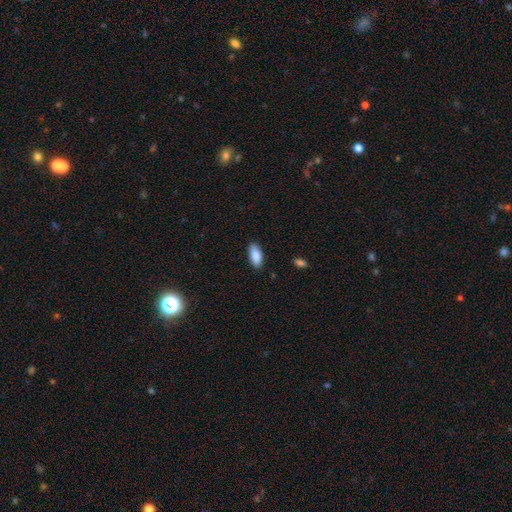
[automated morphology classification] smooth_or_featured: smooth (p=0.89) [alt: star or artifact p=0.06]
how_rounded: in between (p=0.88) [alt: cigar-shaped p=0.10]
merging: none (p=0.86) [alt: minor disturbance p=0.11]